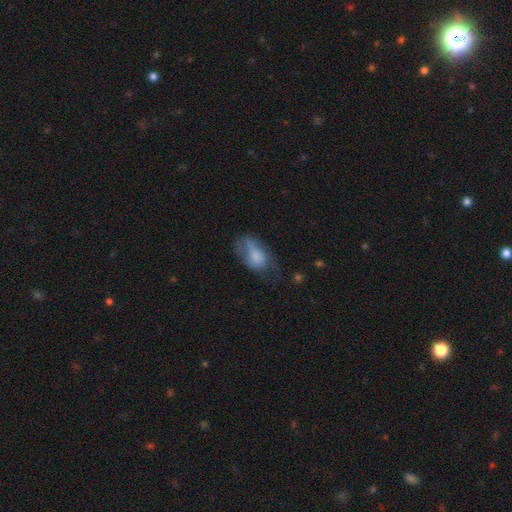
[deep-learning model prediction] Smooth or featured? Predicted: smooth (p=0.66). How rounded? Predicted: in between (p=0.90). Merging? Predicted: major disturbance (p=0.35).